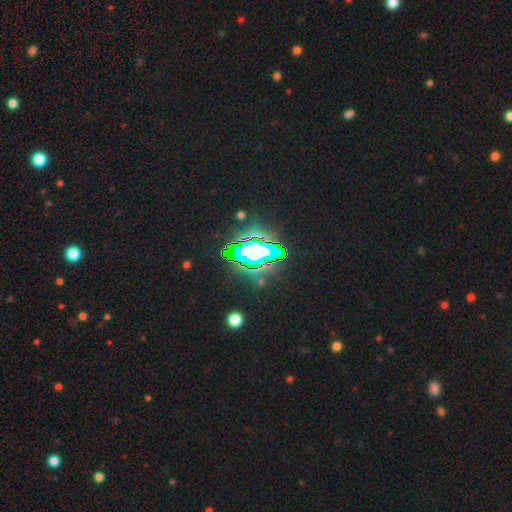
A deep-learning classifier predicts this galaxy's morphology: Smooth or featured: star or artifact — 67% (featured or disk — 17%)